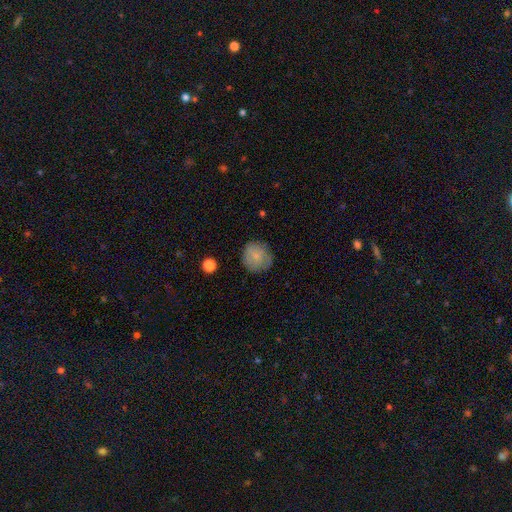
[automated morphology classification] smooth-or-featured: smooth: 74% | featured or disk: 18% | star or artifact: 8%
  how-rounded: round: 87% | in between: 12% | cigar-shaped: 1%
  merging: none: 74% | minor disturbance: 19% | major disturbance: 5% | merger: 1%